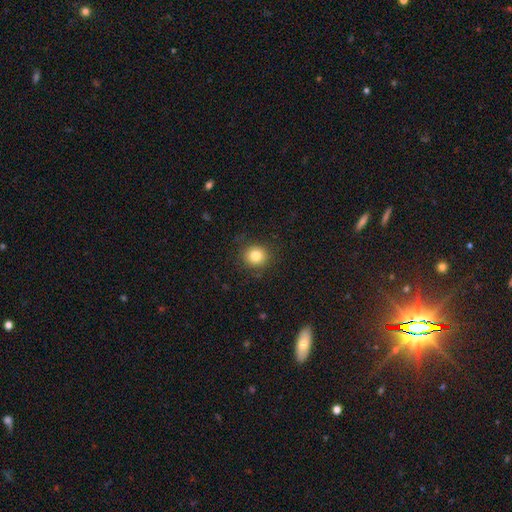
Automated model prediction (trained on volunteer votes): smooth 82%, star or artifact 11%, featured or disk 7%. Down the decision tree: how rounded — round (88%); merging — none (89%).